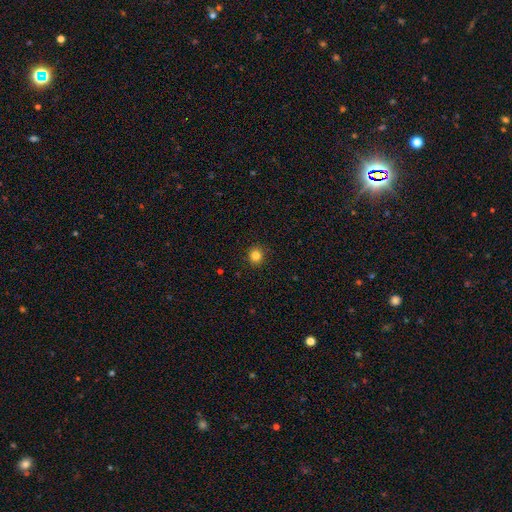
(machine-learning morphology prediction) The model was most divided on "smooth or featured": smooth: 83%, star or artifact: 12%, featured or disk: 4%. More confident: how rounded — round (92%); merging — none (92%).